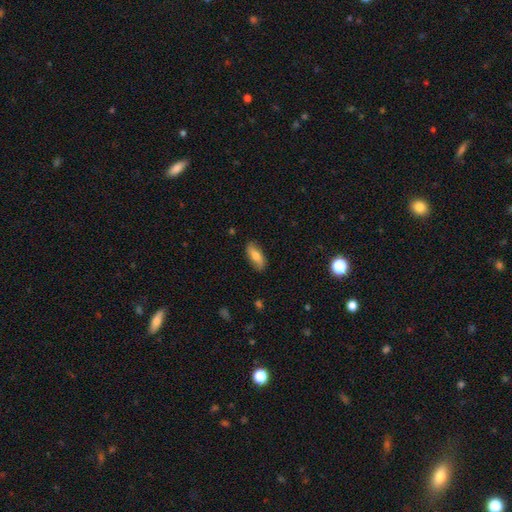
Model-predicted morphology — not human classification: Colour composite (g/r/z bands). It shows a smooth galaxy with no disk features (68%) that is in between round and cigar-shaped (77%). Merging: none (84%).